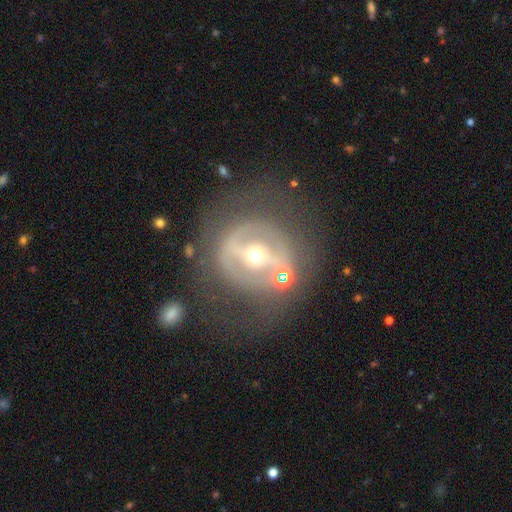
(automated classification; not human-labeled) Q: Smooth or featured?
A: featured or disk (76%); runner-up: smooth (16%)
Q: Edge-on disk?
A: no (93%); runner-up: yes (7%)
Q: Bar?
A: strong (54%); runner-up: weak (27%)
Q: Spiral arms?
A: no (63%); runner-up: yes (37%)
Q: Bulge size?
A: small (49%); runner-up: moderate (47%)
Q: Merging?
A: none (61%); runner-up: minor disturbance (16%)